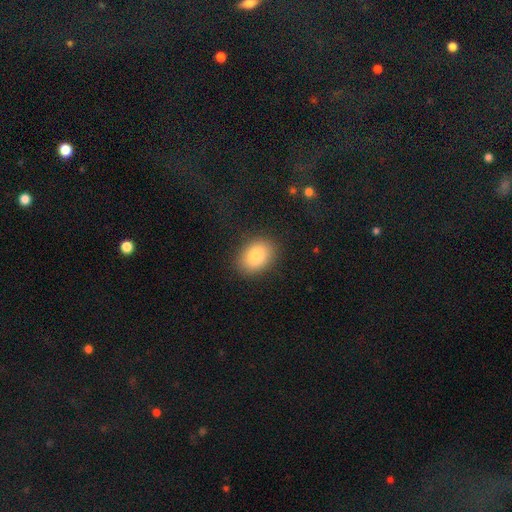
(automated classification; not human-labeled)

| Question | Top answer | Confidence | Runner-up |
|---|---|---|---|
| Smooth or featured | smooth | 82% | featured or disk (9%) |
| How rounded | in between | 68% | round (31%) |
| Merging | none | 87% | minor disturbance (9%) |